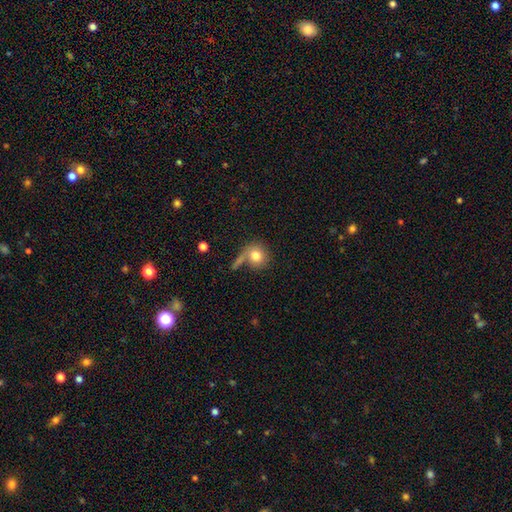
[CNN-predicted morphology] Smooth or featured?
  - smooth: 79% *
  - featured or disk: 12%
  - star or artifact: 9%
How rounded?
  - round: 87% *
  - in between: 11%
  - cigar-shaped: 1%
Merging?
  - none: 57% *
  - merger: 17%
  - minor disturbance: 14%
  - major disturbance: 11%